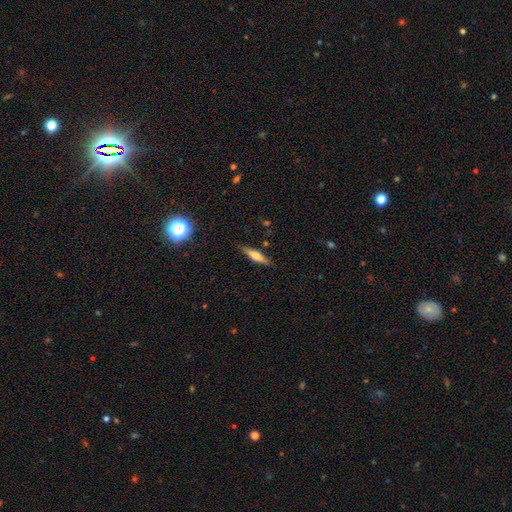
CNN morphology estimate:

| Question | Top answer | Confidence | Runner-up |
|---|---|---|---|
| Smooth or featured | smooth | 50% | featured or disk (43%) |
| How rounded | cigar-shaped | 78% | in between (20%) |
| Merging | none | 86% | minor disturbance (10%) |